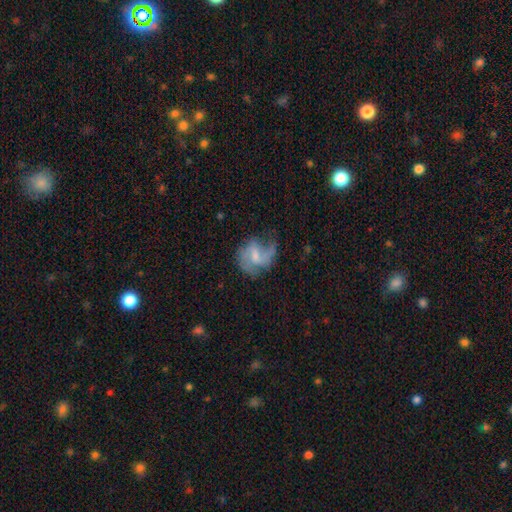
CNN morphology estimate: Smooth or featured: featured or disk — 66% (smooth — 27%)
Edge-on disk: no — 98% (yes — 2%)
Bar: weak — 52% (no — 37%)
Spiral arms: yes — 82% (no — 18%)
Spiral winding: loose — 49% (medium — 39%)
Spiral arm count: 2 — 55% (1 — 22%)
Bulge size: small — 41% (moderate — 38%)
Merging: none — 41% (major disturbance — 30%)